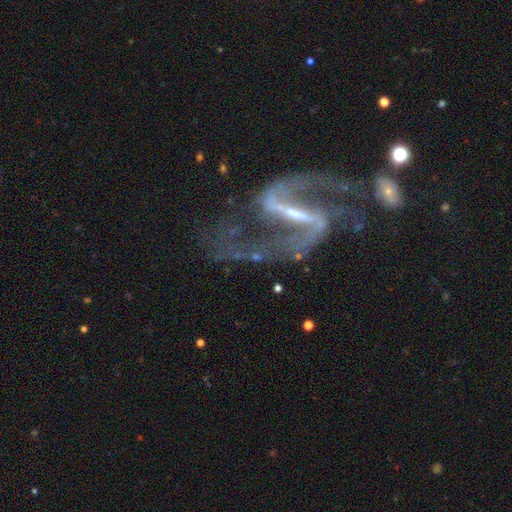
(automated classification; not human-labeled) This is clearly a featured or disk galaxy (92%). It is clearly not viewed edge-on (97%). Bar: likely strong (72%). Spiral arm pattern: clearly yes (97%). Spiral arm count: clearly 2 (94%). Spiral winding: possibly loose (57%). Central bulge: likely small (63%). Merging: possibly none (57%).